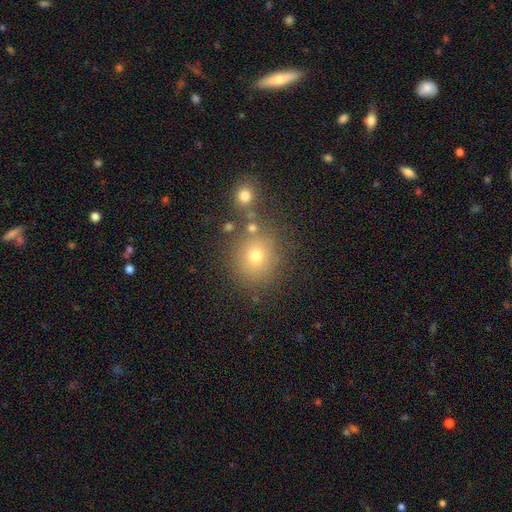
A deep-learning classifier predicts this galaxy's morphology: Smooth or featured? smooth (70%)
How rounded? round (85%)
Merging? none (74%)